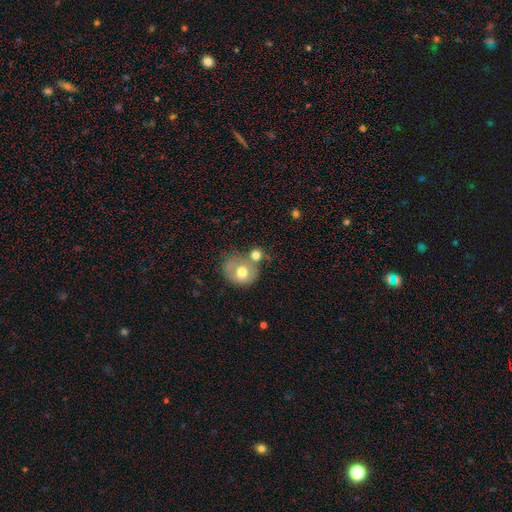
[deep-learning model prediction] Smooth or featured: smooth — 71% (featured or disk — 19%)
How rounded: round — 73% (in between — 26%)
Merging: merger — 43% (none — 37%)